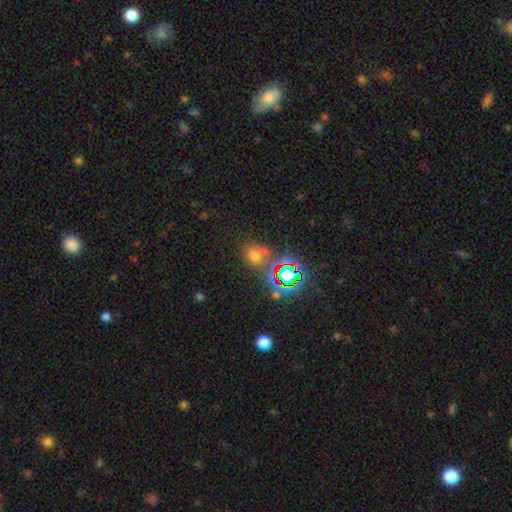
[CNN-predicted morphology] The model was most divided on "smooth or featured": smooth: 48%, star or artifact: 44%, featured or disk: 8%. More confident: merging — none (66%).